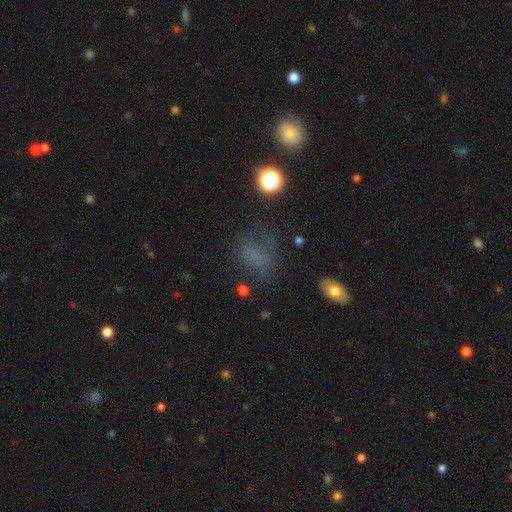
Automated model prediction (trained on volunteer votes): Morphology: type=smooth (58%); roundness=in between (62%); merging=none (54%).